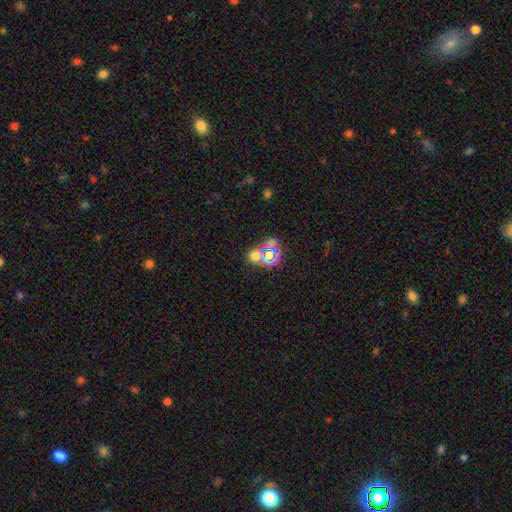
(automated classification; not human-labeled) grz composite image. It shows a smooth galaxy with no disk features (47%). Merging: none (66%).